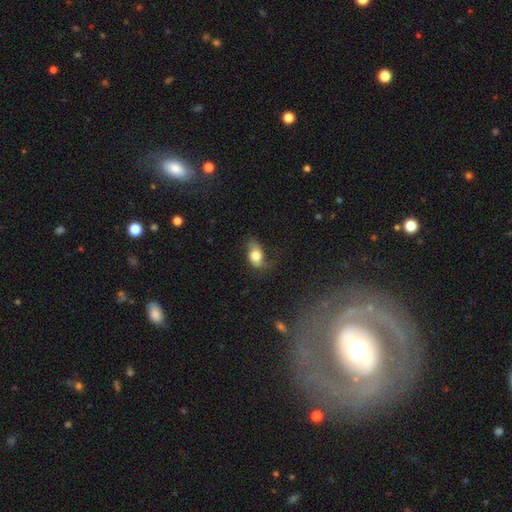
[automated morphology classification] A smooth galaxy with no disk features (60%) that is in between round and cigar-shaped (82%). Merging: none (48%).